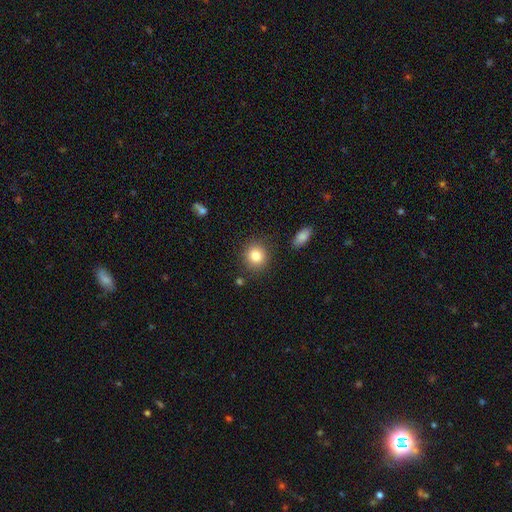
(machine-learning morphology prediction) Smooth or featured: smooth — 83% (star or artifact — 9%)
How rounded: round — 85% (in between — 14%)
Merging: none — 86% (minor disturbance — 8%)